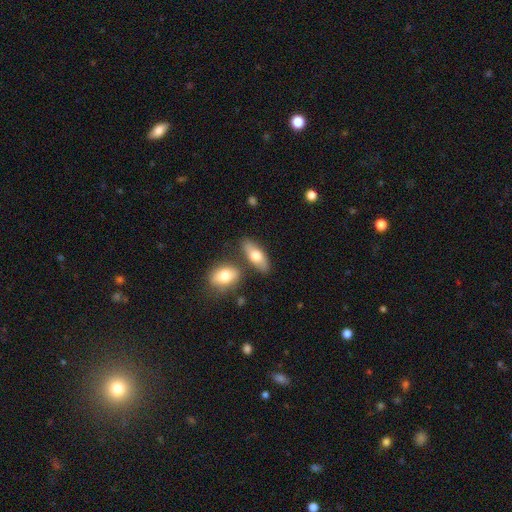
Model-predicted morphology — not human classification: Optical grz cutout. It shows a smooth galaxy with no disk features (67%) that is in between round and cigar-shaped (76%). Merging: none (72%).